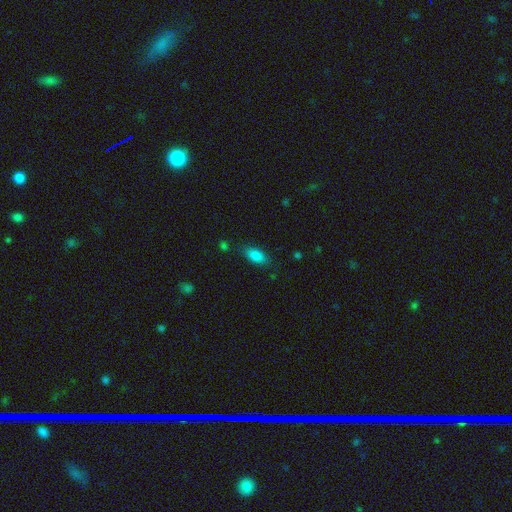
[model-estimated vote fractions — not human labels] smooth-or-featured: smooth: 85% | star or artifact: 9% | featured or disk: 7%
  how-rounded: in between: 86% | cigar-shaped: 10% | round: 4%
  merging: none: 81% | minor disturbance: 13% | major disturbance: 4% | merger: 2%